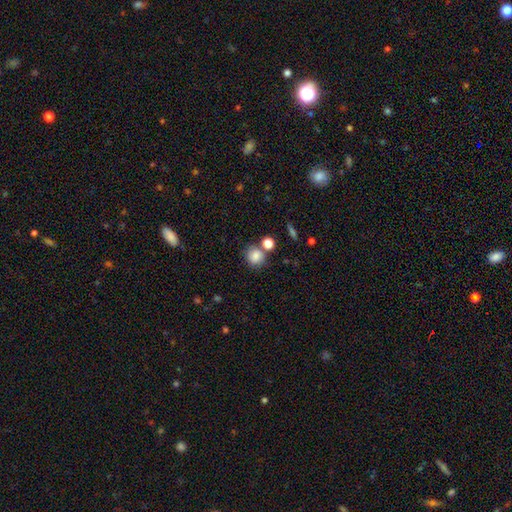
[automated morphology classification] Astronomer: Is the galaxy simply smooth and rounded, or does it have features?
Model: smooth — 84%.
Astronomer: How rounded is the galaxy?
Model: round — 85%.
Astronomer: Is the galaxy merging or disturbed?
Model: none — 67%.